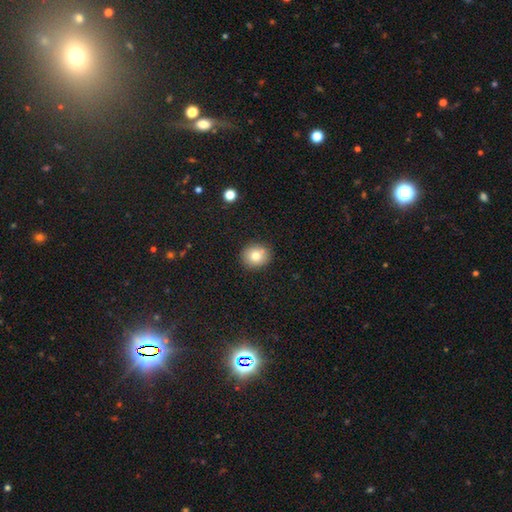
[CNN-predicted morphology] Smooth or featured: smooth — 79% (featured or disk — 11%)
How rounded: round — 79% (in between — 20%)
Merging: none — 86% (minor disturbance — 9%)